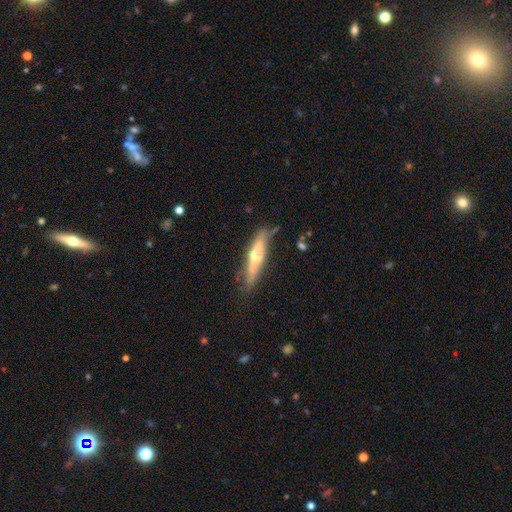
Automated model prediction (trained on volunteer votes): Smooth or featured?
  - featured or disk: 59% *
  - smooth: 36%
  - star or artifact: 6%
Edge-on disk?
  - yes: 88% *
  - no: 12%
Edge-on bulge?
  - rounded: 89% *
  - none: 8%
  - boxy: 3%
Merging?
  - none: 77% *
  - minor disturbance: 17%
  - major disturbance: 4%
  - merger: 3%